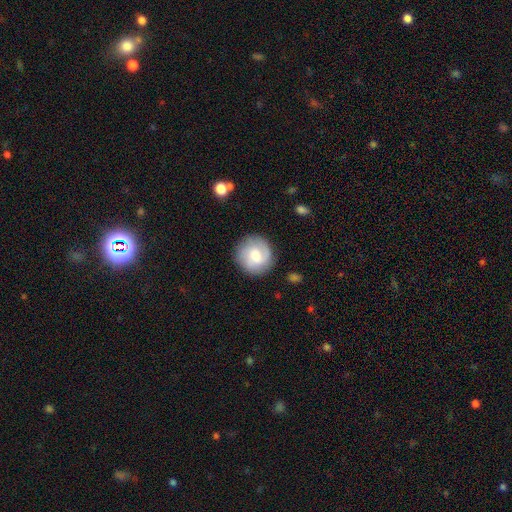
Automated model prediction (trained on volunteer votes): Smooth or featured: smooth — 49% (featured or disk — 44%)
Merging: none — 83% (minor disturbance — 12%)